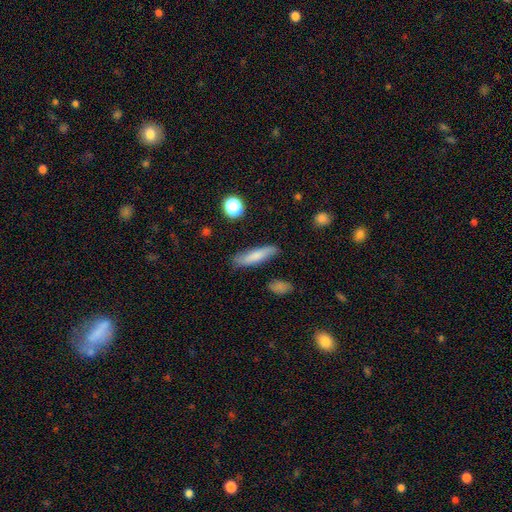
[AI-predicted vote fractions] Smooth or featured: smooth — 75% (featured or disk — 17%)
How rounded: cigar-shaped — 73% (in between — 24%)
Merging: none — 80% (minor disturbance — 14%)